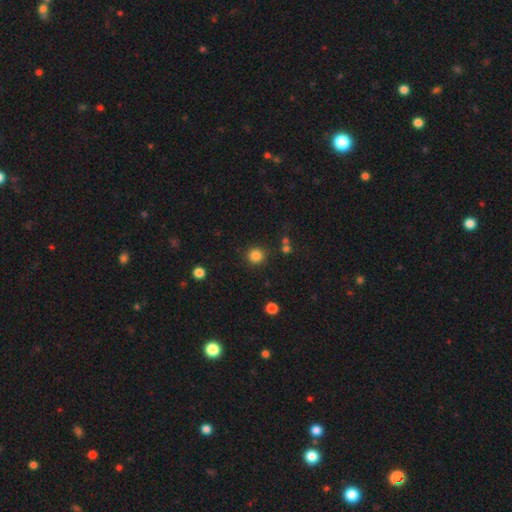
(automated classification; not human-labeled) Overall: smooth (84%). How rounded: round (94%). Merging: none (88%).